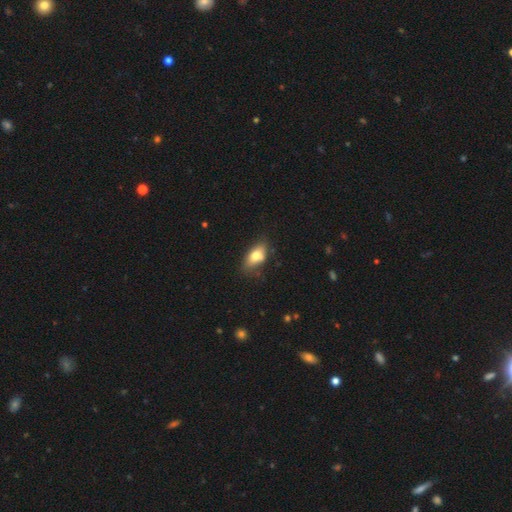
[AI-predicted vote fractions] This appears to be a smooth galaxy with no disk features (75%) that is in between round and cigar-shaped (87%). Merging: none (66%).